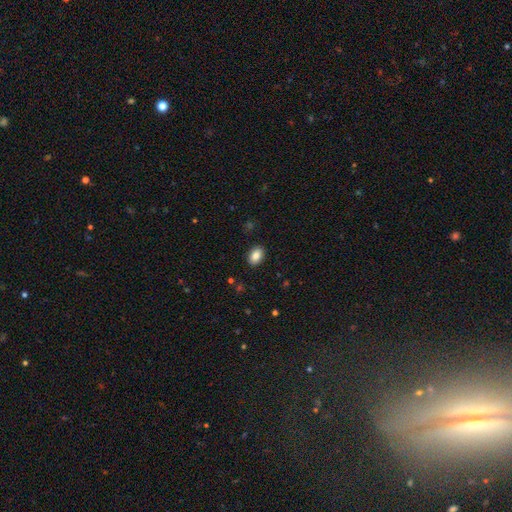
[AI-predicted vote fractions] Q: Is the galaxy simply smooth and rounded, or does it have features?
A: smooth — 85%.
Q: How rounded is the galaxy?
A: in between — 84%.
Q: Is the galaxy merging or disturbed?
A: none — 89%.